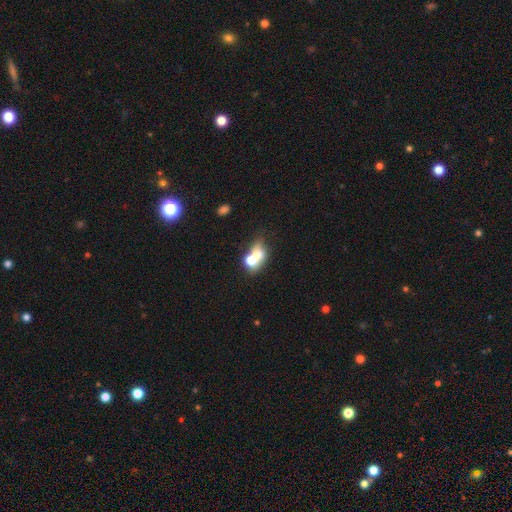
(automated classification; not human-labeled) Overall: smooth (63%; featured or disk 26%). How rounded: in between (59%; round 38%). Merging: merger (65%).